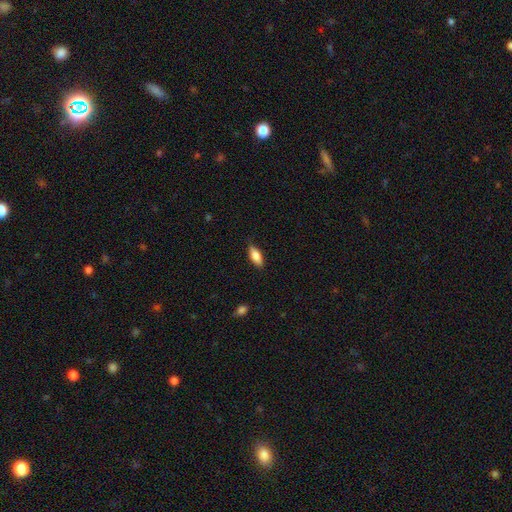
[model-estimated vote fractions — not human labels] This is likely a smooth galaxy (79%). How rounded: likely in between (77%). Merging: clearly none (84%).